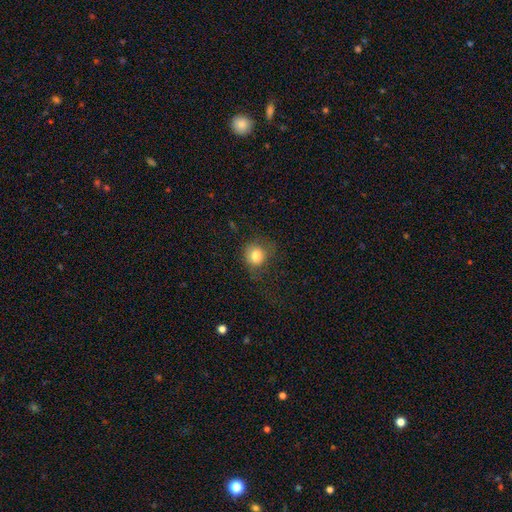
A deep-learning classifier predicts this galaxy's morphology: A smooth galaxy with no disk features (81%) that is round (83%).

Vote fractions:
- Smooth or featured? smooth: 81% / star or artifact: 11% / featured or disk: 8%
- How rounded? round: 83% / in between: 16% / cigar-shaped: 1%
- Merging? none: 61% / minor disturbance: 21% / major disturbance: 16% / merger: 2%